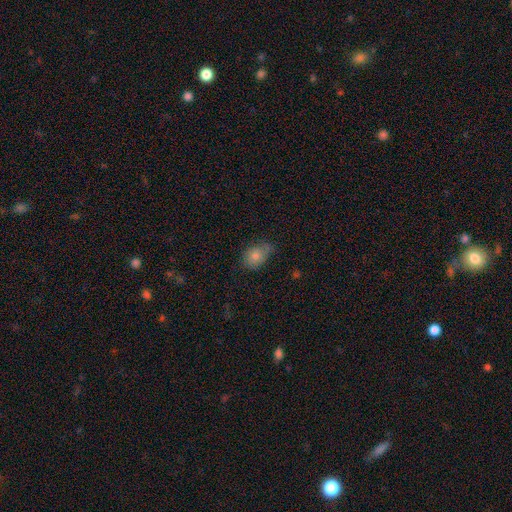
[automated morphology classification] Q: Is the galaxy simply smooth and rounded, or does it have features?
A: smooth — 81%.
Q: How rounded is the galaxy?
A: in between — 67%.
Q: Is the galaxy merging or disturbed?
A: none — 51%.